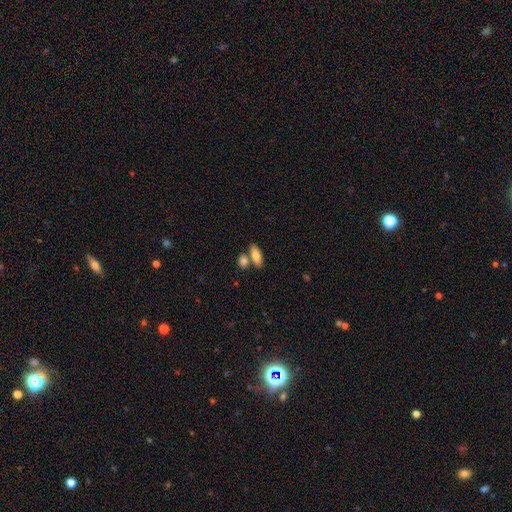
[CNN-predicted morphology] smooth 81%, featured or disk 12%, star or artifact 6%. Down the decision tree: how rounded — in between (81%); merging — none (59%).